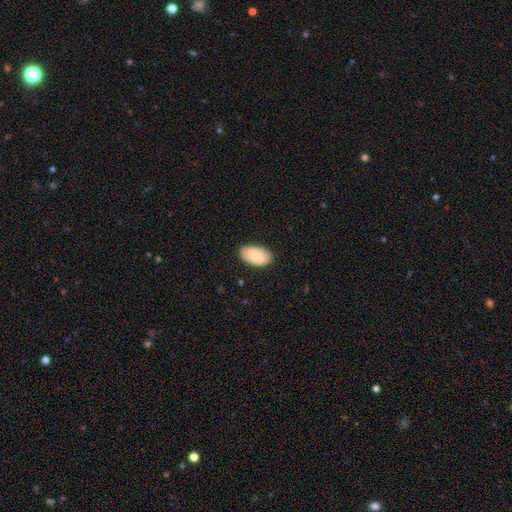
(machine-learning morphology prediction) Smooth or featured? smooth (81%)
How rounded? in between (95%)
Merging? none (82%)